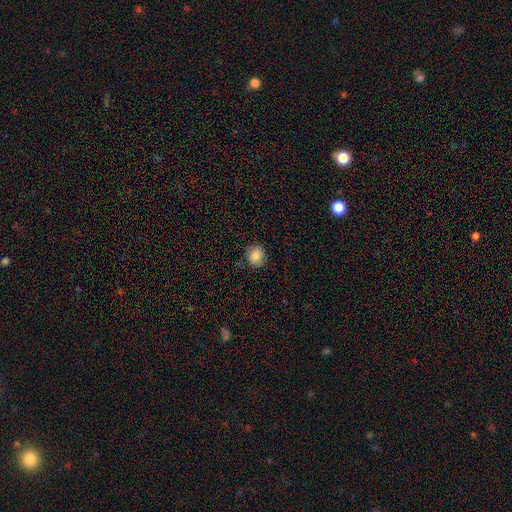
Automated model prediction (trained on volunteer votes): Smooth or featured?
  - smooth: 85% *
  - star or artifact: 9%
  - featured or disk: 6%
How rounded?
  - round: 82% *
  - in between: 17%
  - cigar-shaped: 1%
Merging?
  - none: 83% *
  - minor disturbance: 13%
  - major disturbance: 3%
  - merger: 1%